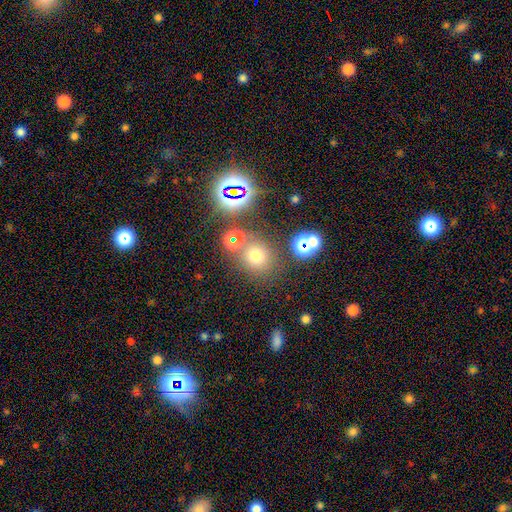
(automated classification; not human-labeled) This appears to be a smooth galaxy with no disk features (62%) that is round (82%). Merging: none (73%).